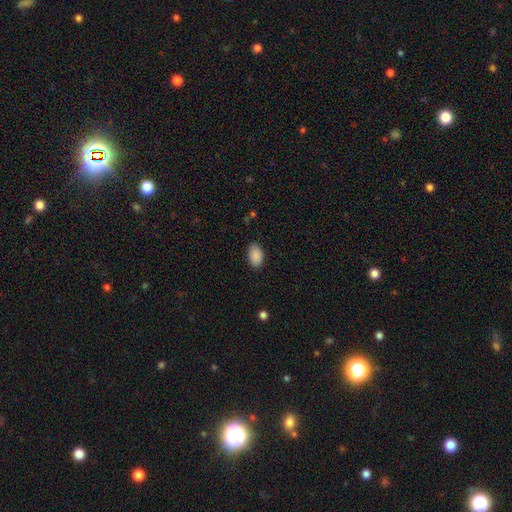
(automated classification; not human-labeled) smooth-or-featured: smooth: 90% | star or artifact: 7% | featured or disk: 3%
  how-rounded: in between: 92% | round: 7% | cigar-shaped: 1%
  merging: none: 85% | minor disturbance: 11% | major disturbance: 3% | merger: 1%